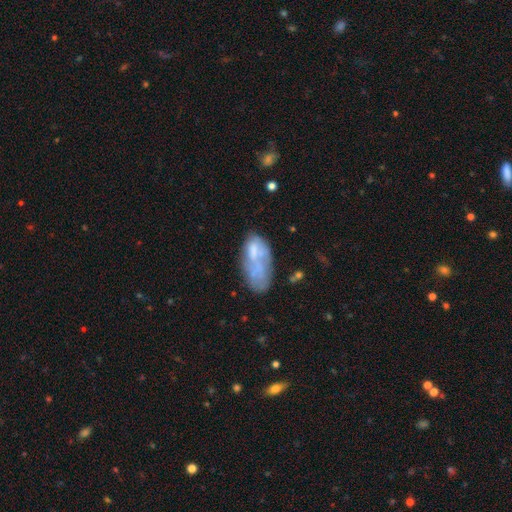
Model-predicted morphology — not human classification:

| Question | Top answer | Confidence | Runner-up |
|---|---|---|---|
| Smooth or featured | smooth | 51% | featured or disk (40%) |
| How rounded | in between | 89% | cigar-shaped (8%) |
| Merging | none | 39% | minor disturbance (26%) |